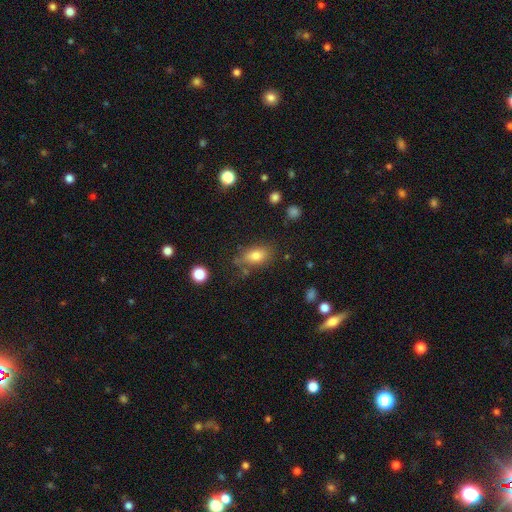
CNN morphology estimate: smooth-or-featured: smooth: 78% | featured or disk: 12% | star or artifact: 10%
  how-rounded: in between: 84% | round: 12% | cigar-shaped: 4%
  merging: none: 68% | minor disturbance: 19% | merger: 7% | major disturbance: 6%